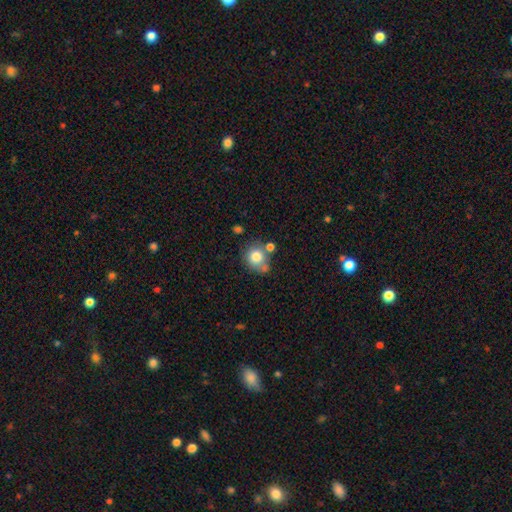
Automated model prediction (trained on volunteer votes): Smooth or featured: smooth — 78% (featured or disk — 12%)
How rounded: round — 82% (in between — 17%)
Merging: none — 56% (merger — 20%)